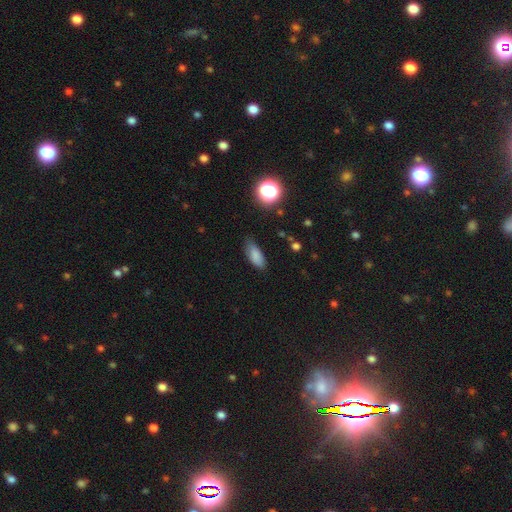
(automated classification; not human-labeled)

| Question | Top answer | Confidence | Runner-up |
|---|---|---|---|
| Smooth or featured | smooth | 82% | star or artifact (10%) |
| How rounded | in between | 80% | cigar-shaped (17%) |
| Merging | none | 75% | minor disturbance (20%) |